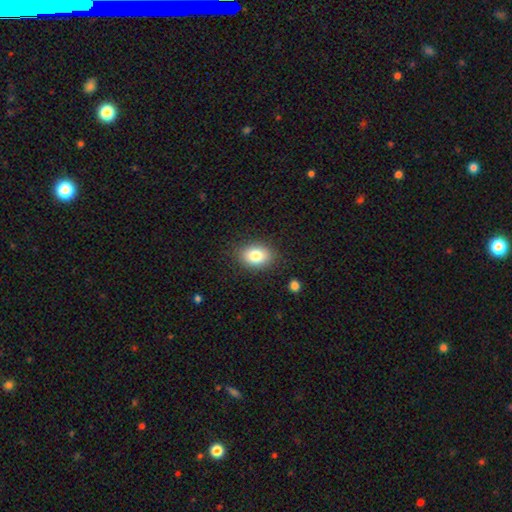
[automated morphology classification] type=smooth (82%); roundness=in between (75%); merging=none (85%).